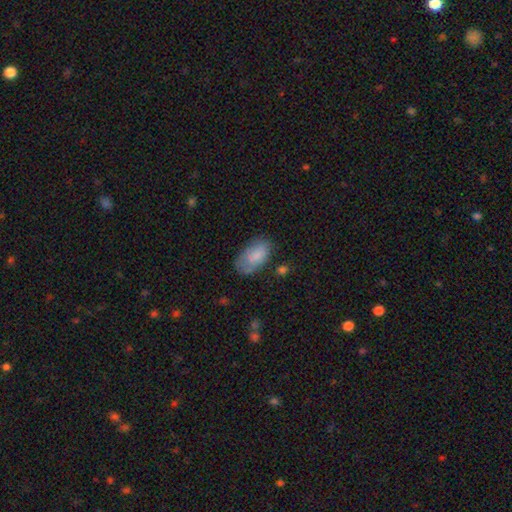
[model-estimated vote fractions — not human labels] smooth_or_featured: smooth (p=0.79) [alt: featured or disk p=0.14]
how_rounded: in between (p=0.94) [alt: round p=0.04]
merging: none (p=0.61) [alt: minor disturbance p=0.26]